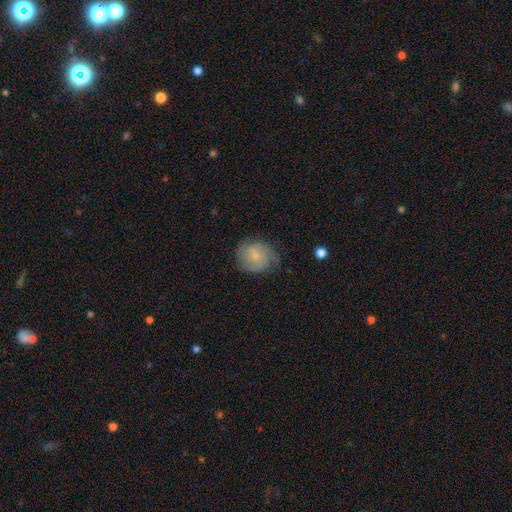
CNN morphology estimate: Smooth or featured? smooth (52%)
How rounded? round (71%)
Merging? none (59%)